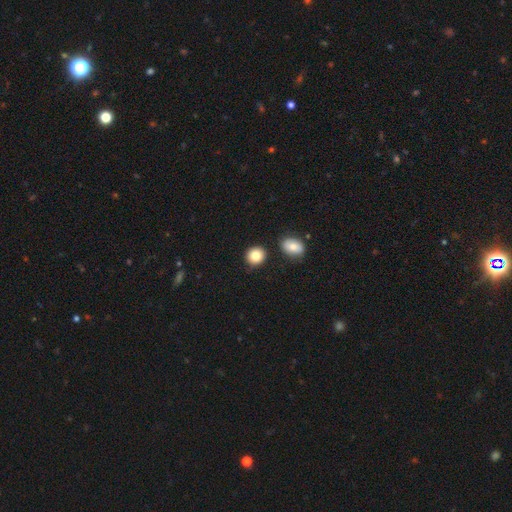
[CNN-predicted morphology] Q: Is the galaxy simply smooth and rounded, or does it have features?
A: smooth — 84%.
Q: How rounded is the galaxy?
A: round — 80%.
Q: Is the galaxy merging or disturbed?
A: none — 83%.